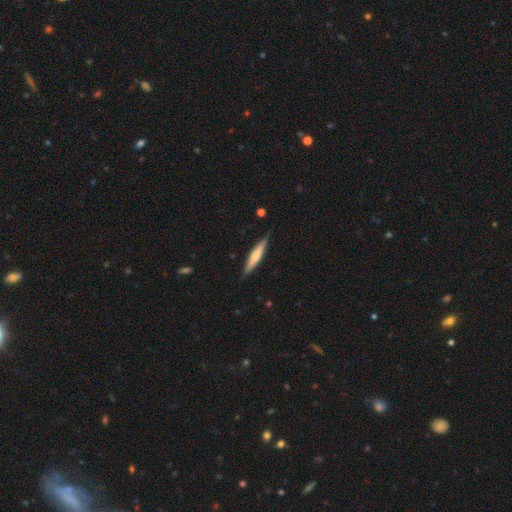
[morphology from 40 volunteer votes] Overall: featured or disk (55%; smooth 38%). Edge-on disk: yes (100%). Edge-on bulge: rounded (64%). Merging: none (95%).